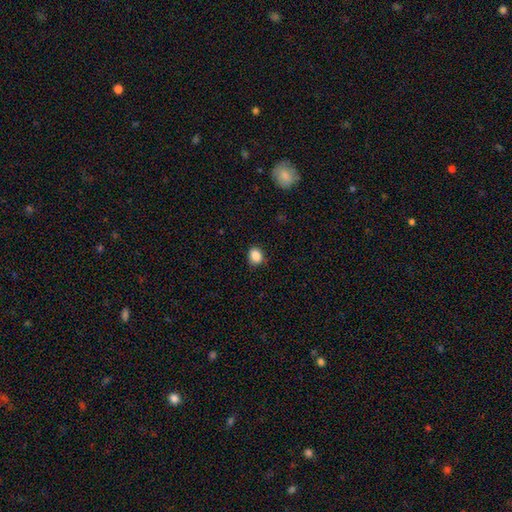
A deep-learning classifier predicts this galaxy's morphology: Smooth or featured?
  - smooth: 88% *
  - star or artifact: 9%
  - featured or disk: 3%
How rounded?
  - round: 53% *
  - in between: 46%
  - cigar-shaped: 1%
Merging?
  - none: 85% *
  - minor disturbance: 12%
  - major disturbance: 3%
  - merger: 1%